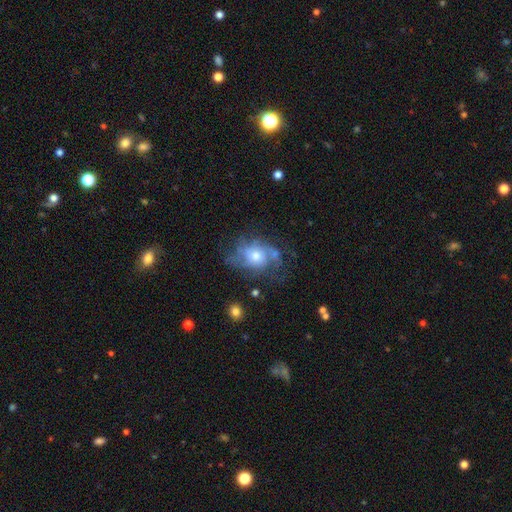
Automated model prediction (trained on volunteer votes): smooth-or-featured: featured or disk: 70% | smooth: 20% | star or artifact: 9%
  disk-edge-on: no: 96% | yes: 4%
    bar: no: 80% | weak: 17% | strong: 3%
    has-spiral-arms: yes: 79% | no: 21%
      spiral-winding: medium: 42% | tight: 33% | loose: 25%
      spiral-arm-count: can't tell: 43% | 2: 20% | 3: 17% | 4: 9% | 1: 6% | more than 4: 5%
    bulge-size: moderate: 58% | small: 30% | large: 9% | none: 2% | dominant: 1%
  merging: none: 53% | minor disturbance: 23% | major disturbance: 21% | merger: 3%